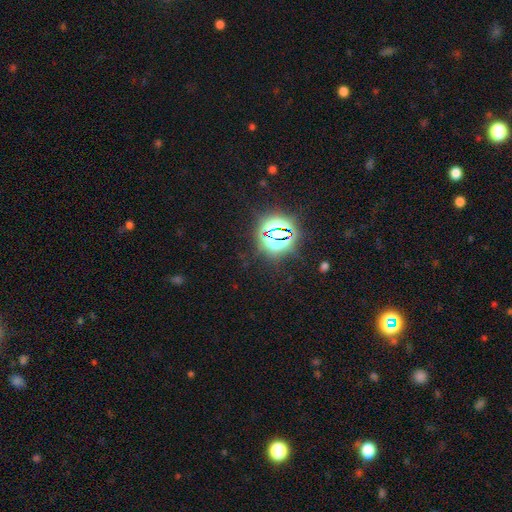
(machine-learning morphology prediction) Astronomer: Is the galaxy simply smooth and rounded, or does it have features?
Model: star or artifact — 80%.